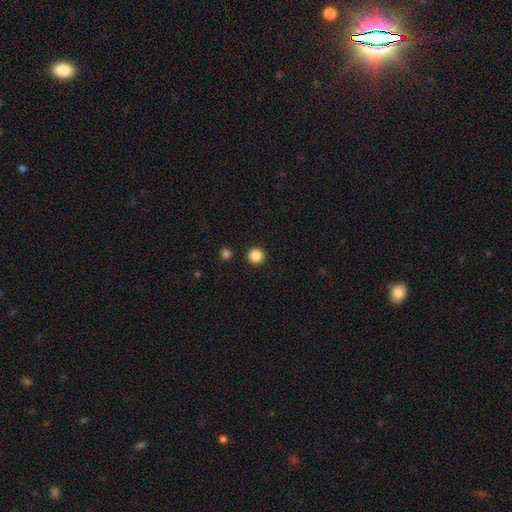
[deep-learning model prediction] The model was most divided on "smooth or featured": smooth: 86%, star or artifact: 11%, featured or disk: 3%. More confident: how rounded — round (96%); merging — none (93%).